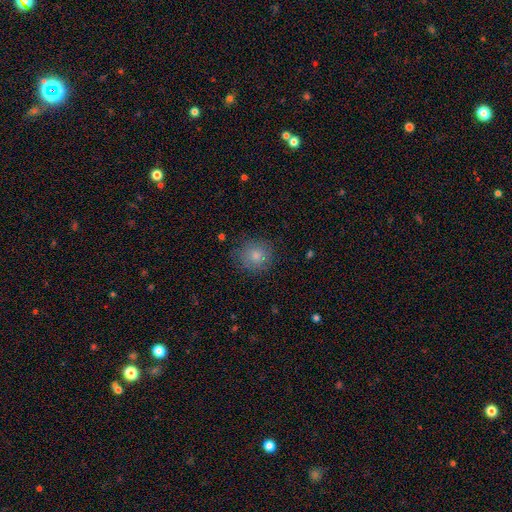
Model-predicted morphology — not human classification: smooth-or-featured: smooth: 81% | featured or disk: 10% | star or artifact: 9%
  how-rounded: round: 84% | in between: 15% | cigar-shaped: 1%
  merging: none: 79% | minor disturbance: 15% | major disturbance: 5% | merger: 1%